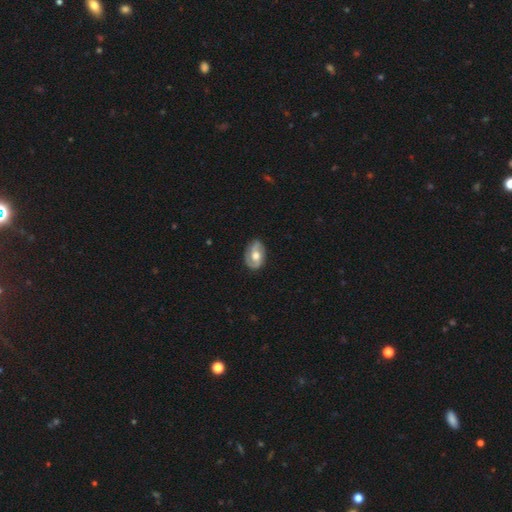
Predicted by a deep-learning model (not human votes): Q: Smooth or featured?
A: featured or disk (68%); runner-up: smooth (27%)
Q: Edge-on disk?
A: no (96%); runner-up: yes (4%)
Q: Bar?
A: no (54%); runner-up: weak (35%)
Q: Spiral arms?
A: yes (84%); runner-up: no (16%)
Q: Spiral winding?
A: medium (43%); runner-up: tight (34%)
Q: Spiral arm count?
A: 2 (82%); runner-up: can't tell (8%)
Q: Bulge size?
A: moderate (67%); runner-up: large (22%)
Q: Merging?
A: none (77%); runner-up: minor disturbance (17%)